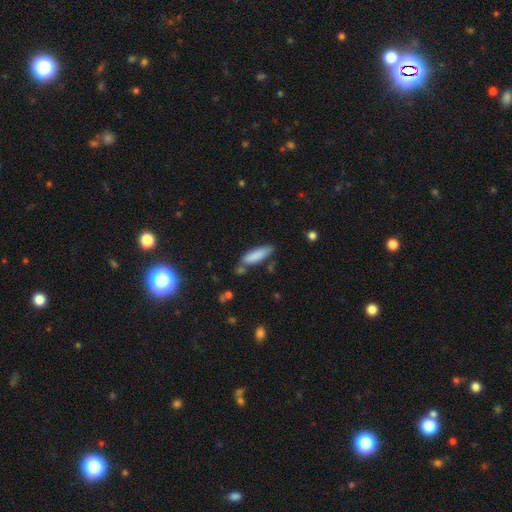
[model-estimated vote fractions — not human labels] Q: Smooth or featured?
A: smooth (84%); runner-up: featured or disk (9%)
Q: How rounded?
A: cigar-shaped (63%); runner-up: in between (35%)
Q: Merging?
A: none (68%); runner-up: minor disturbance (19%)